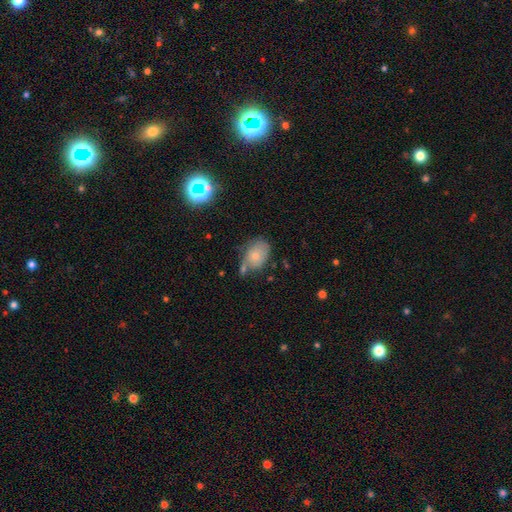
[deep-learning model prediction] A smooth galaxy with no disk features (69%) that is in between round and cigar-shaped (74%).

Vote fractions:
- Smooth or featured? smooth: 69% / featured or disk: 22% / star or artifact: 9%
- How rounded? in between: 74% / round: 24% / cigar-shaped: 1%
- Merging? none: 46% / minor disturbance: 28% / merger: 15% / major disturbance: 10%